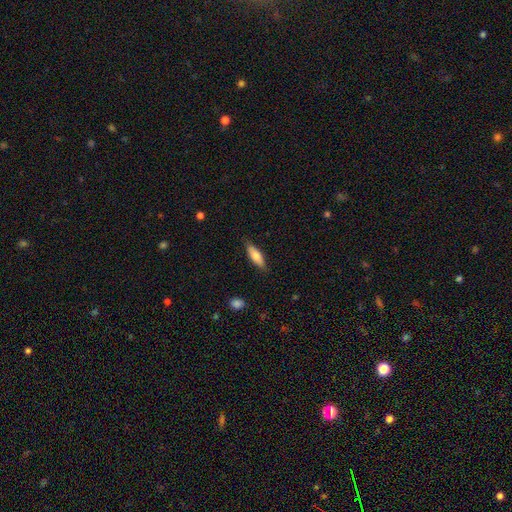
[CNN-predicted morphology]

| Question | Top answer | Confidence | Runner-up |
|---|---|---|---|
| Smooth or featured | smooth | 70% | featured or disk (24%) |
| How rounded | in between | 49% | tied: cigar-shaped (49%) |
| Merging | none | 84% | minor disturbance (12%) |